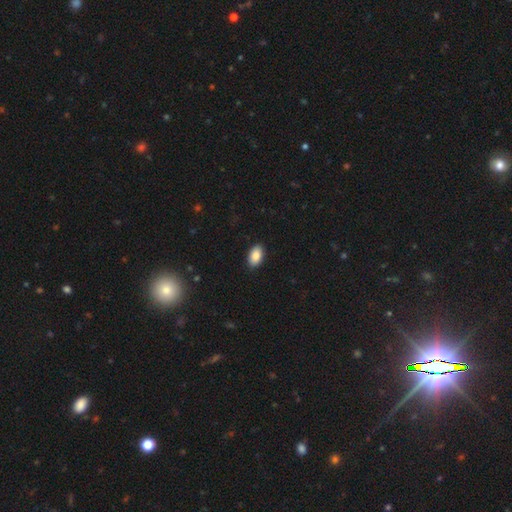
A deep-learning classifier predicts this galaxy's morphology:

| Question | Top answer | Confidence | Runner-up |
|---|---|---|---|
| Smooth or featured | smooth | 88% | star or artifact (7%) |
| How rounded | in between | 93% | round (5%) |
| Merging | none | 90% | minor disturbance (7%) |